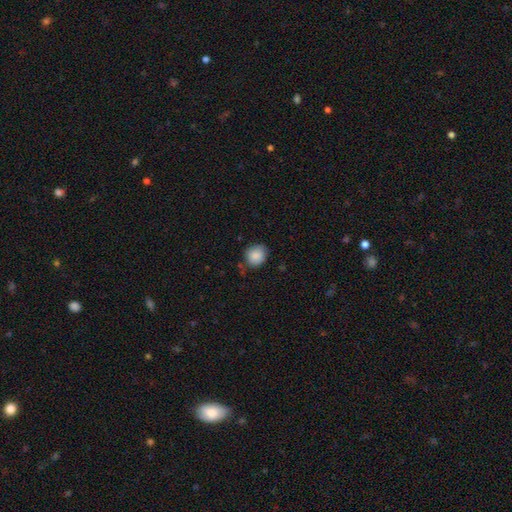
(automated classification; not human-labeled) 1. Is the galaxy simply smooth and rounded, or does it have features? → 88% smooth, 8% star or artifact, 5% featured or disk.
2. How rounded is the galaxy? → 77% round, 22% in between, 1% cigar-shaped.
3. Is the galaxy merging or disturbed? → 75% none, 19% minor disturbance, 4% major disturbance, 2% merger.